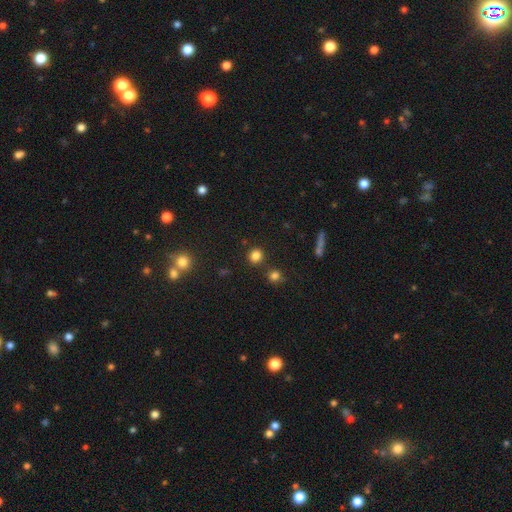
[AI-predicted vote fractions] A smooth galaxy with no disk features (81%) that is round (85%).

Vote fractions:
- Smooth or featured? smooth: 81% / star or artifact: 14% / featured or disk: 5%
- How rounded? round: 85% / in between: 14% / cigar-shaped: 1%
- Merging? none: 83% / minor disturbance: 7% / merger: 7% / major disturbance: 3%